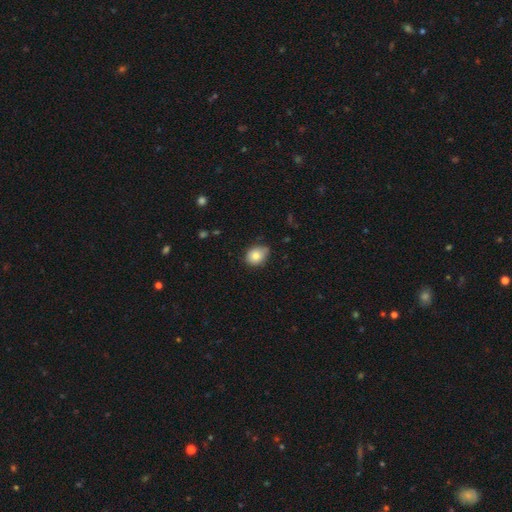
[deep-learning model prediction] smooth 82%, featured or disk 9%, star or artifact 9%. Down the decision tree: how rounded — in between (52%); merging — none (66%).